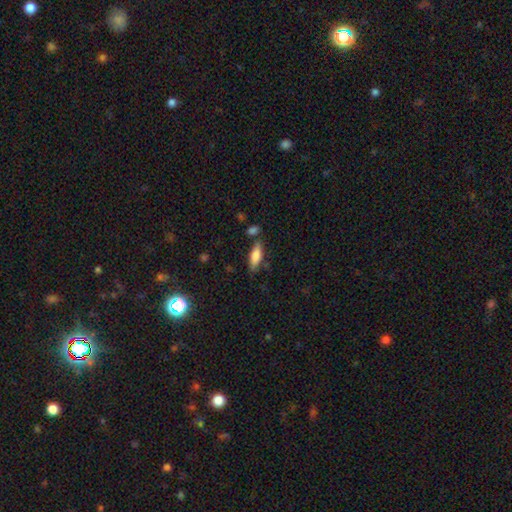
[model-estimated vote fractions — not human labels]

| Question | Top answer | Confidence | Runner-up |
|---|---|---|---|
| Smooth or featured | smooth | 76% | featured or disk (17%) |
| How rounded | in between | 62% | cigar-shaped (36%) |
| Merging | none | 70% | minor disturbance (18%) |